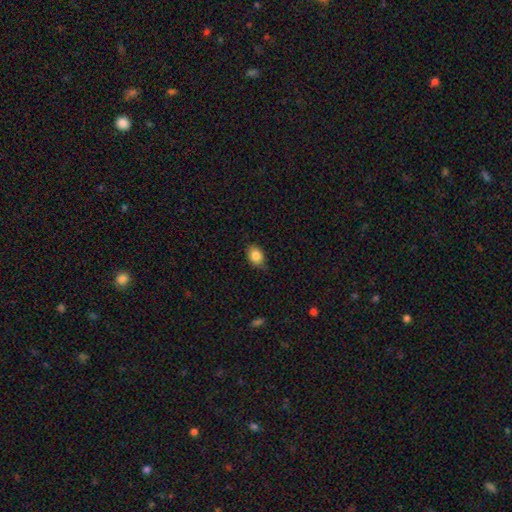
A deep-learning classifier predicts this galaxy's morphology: A smooth galaxy with no disk features (85%) that is in between round and cigar-shaped (65%). Merging: none (73%).